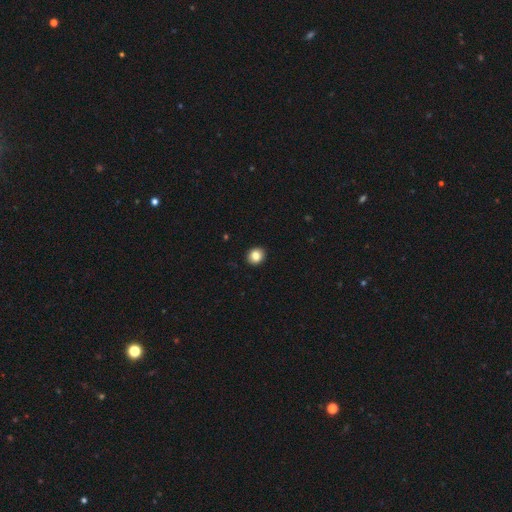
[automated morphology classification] smooth-or-featured: smooth: 85% | star or artifact: 10% | featured or disk: 6%
  how-rounded: round: 79% | in between: 20% | cigar-shaped: 1%
  merging: none: 93% | minor disturbance: 5% | major disturbance: 1% | merger: 1%